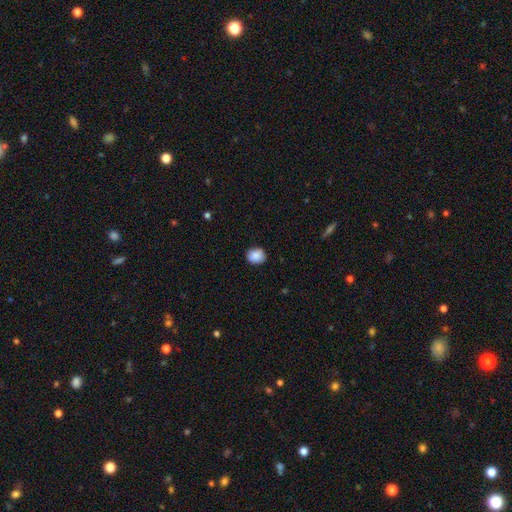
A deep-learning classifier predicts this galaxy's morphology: Smooth or featured?
  - smooth: 88% *
  - star or artifact: 8%
  - featured or disk: 4%
How rounded?
  - round: 66% *
  - in between: 33%
  - cigar-shaped: 1%
Merging?
  - none: 85% *
  - minor disturbance: 12%
  - major disturbance: 2%
  - merger: 1%